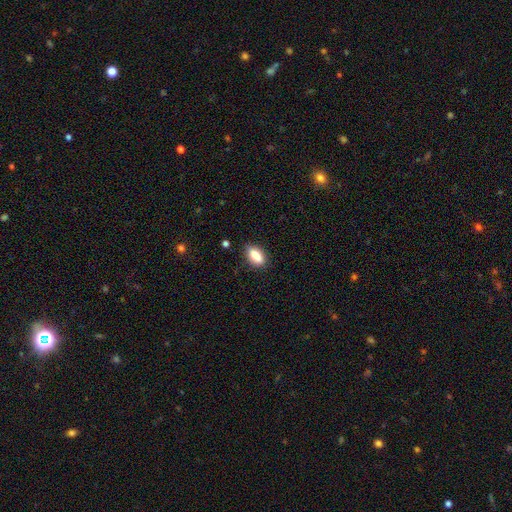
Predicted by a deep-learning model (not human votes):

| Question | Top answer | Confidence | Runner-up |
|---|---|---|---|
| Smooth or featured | smooth | 84% | featured or disk (9%) |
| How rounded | in between | 82% | cigar-shaped (13%) |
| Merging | none | 83% | minor disturbance (13%) |